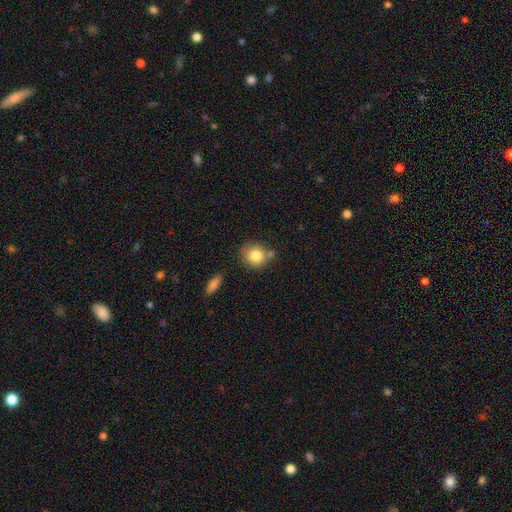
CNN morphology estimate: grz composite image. It shows a smooth galaxy with no disk features (82%) that is round (81%). Merging: none (64%).